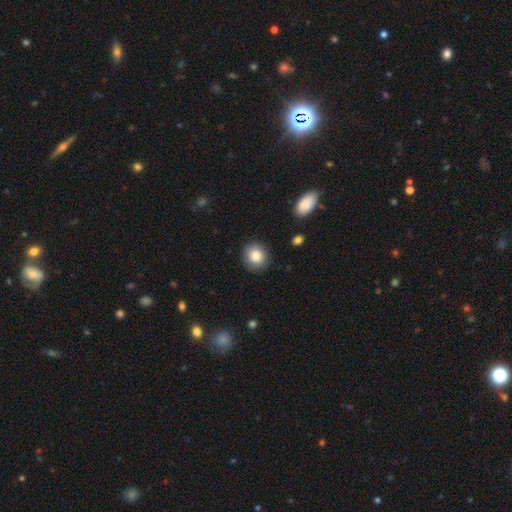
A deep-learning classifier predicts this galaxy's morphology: smooth_or_featured: smooth (p=0.84) [alt: star or artifact p=0.08]
how_rounded: round (p=0.85) [alt: in between p=0.14]
merging: none (p=0.89) [alt: minor disturbance p=0.08]